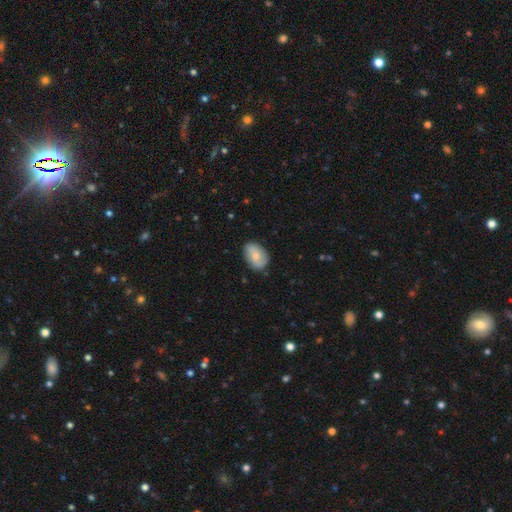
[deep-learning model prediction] smooth_or_featured: smooth (p=0.66) [alt: featured or disk p=0.27]
how_rounded: in between (p=0.85) [alt: round p=0.14]
merging: none (p=0.79) [alt: minor disturbance p=0.17]